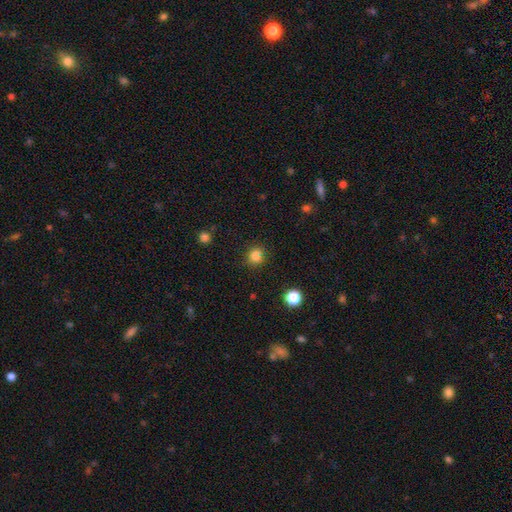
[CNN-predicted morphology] Overall: smooth (81%). How rounded: round (83%). Merging: none (79%).